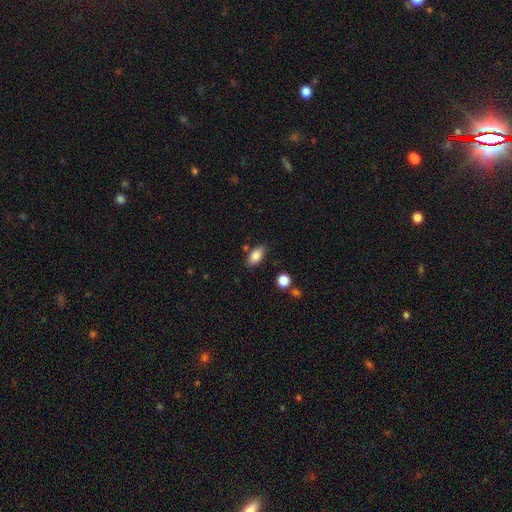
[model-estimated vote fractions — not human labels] A smooth galaxy with no disk features (85%) that is in between round and cigar-shaped (89%).

Vote fractions:
- Smooth or featured? smooth: 85% / star or artifact: 8% / featured or disk: 7%
- How rounded? in between: 89% / cigar-shaped: 7% / round: 4%
- Merging? none: 81% / minor disturbance: 12% / merger: 4% / major disturbance: 3%